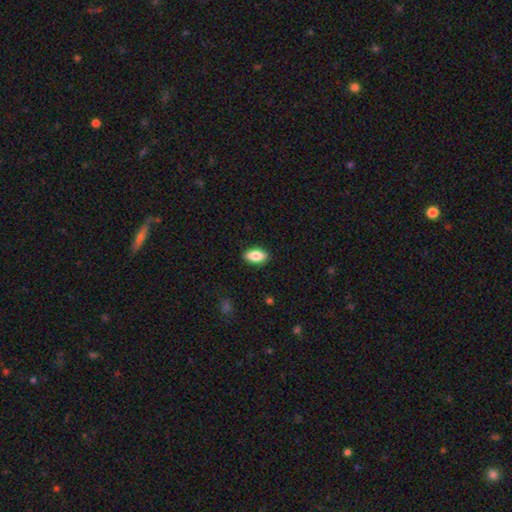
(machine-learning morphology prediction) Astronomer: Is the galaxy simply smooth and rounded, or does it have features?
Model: smooth — 83%.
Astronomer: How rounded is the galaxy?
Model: in between — 90%.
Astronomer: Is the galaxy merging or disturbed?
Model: none — 89%.